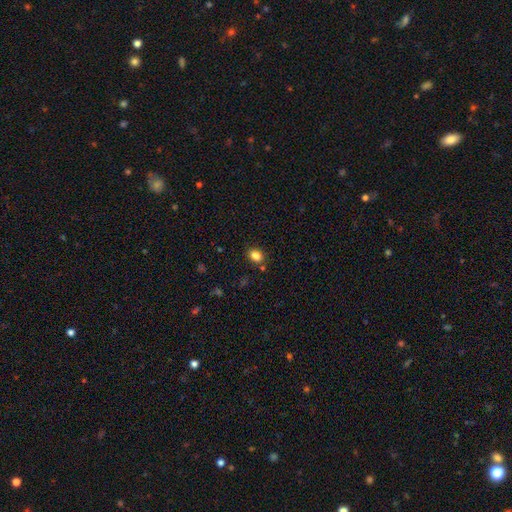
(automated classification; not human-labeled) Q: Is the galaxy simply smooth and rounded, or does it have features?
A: smooth — 83%.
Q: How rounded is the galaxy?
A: in between — 60%.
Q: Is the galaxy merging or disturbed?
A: none — 83%.